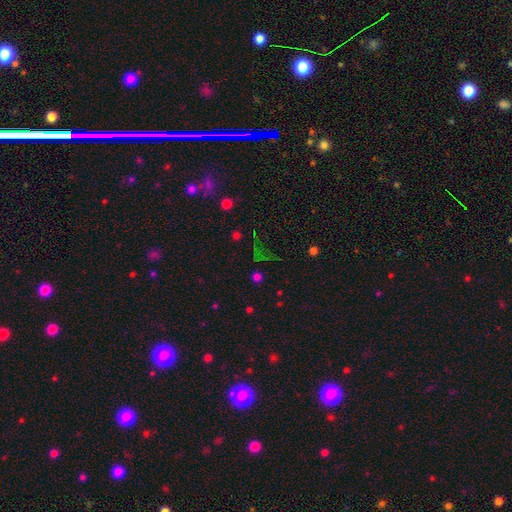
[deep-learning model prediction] This is likely a star or artifact rather than a galaxy (68%).